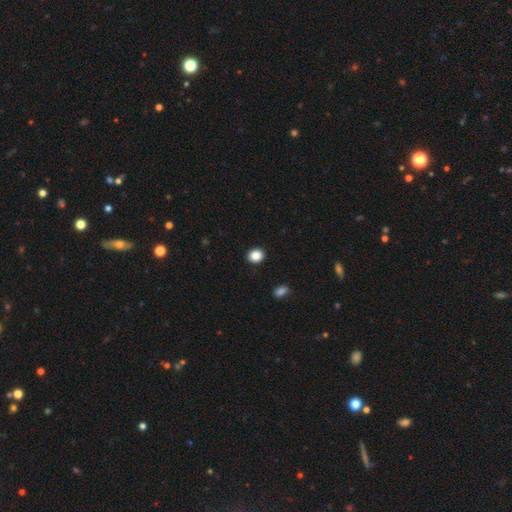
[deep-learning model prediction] This appears to be a smooth galaxy with no disk features (87%) that is round (73%). Merging: none (92%).